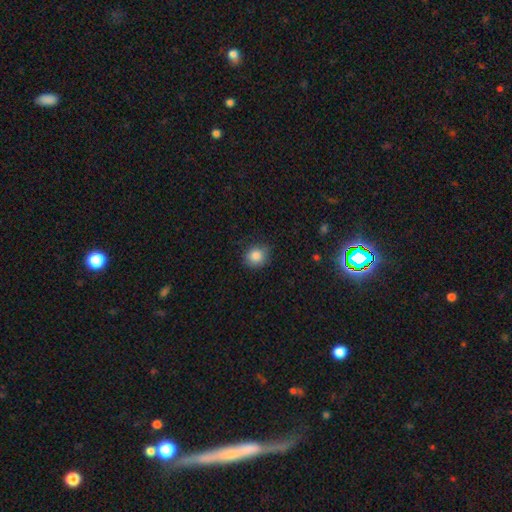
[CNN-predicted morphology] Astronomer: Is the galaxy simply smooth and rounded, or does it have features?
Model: smooth — 85%.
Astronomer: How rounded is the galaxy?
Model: round — 75%.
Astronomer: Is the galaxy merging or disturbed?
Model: none — 80%.